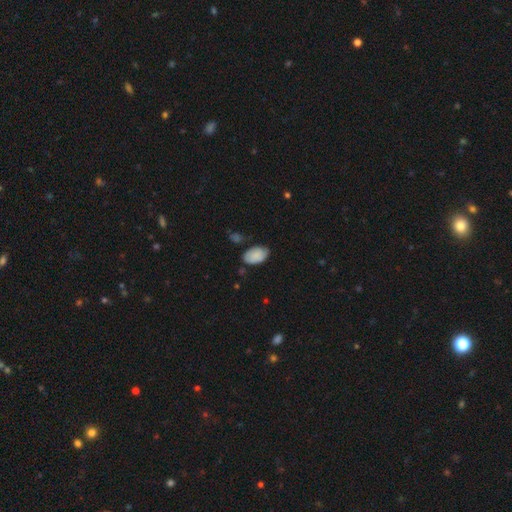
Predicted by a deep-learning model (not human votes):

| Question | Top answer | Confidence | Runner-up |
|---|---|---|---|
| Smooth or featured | smooth | 85% | featured or disk (8%) |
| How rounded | in between | 93% | round (5%) |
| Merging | none | 71% | minor disturbance (22%) |